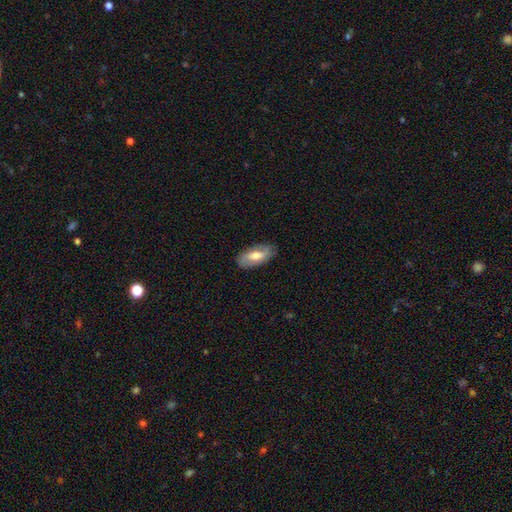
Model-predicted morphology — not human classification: Smooth or featured? smooth (54%)
How rounded? in between (88%)
Merging? none (84%)